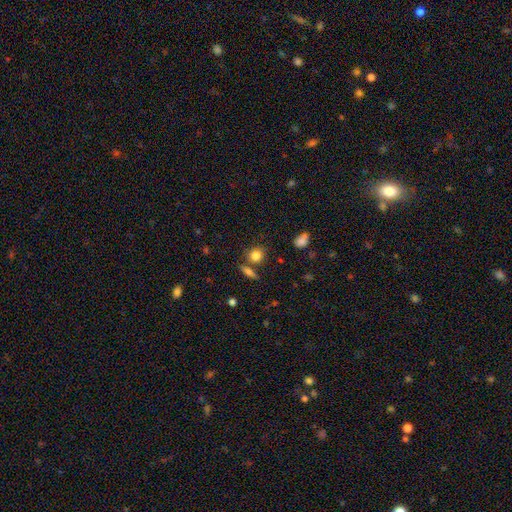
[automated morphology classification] Smooth or featured?
  - smooth: 81% *
  - star or artifact: 10%
  - featured or disk: 8%
How rounded?
  - round: 73% *
  - in between: 24%
  - cigar-shaped: 3%
Merging?
  - none: 71% *
  - merger: 14%
  - minor disturbance: 11%
  - major disturbance: 4%